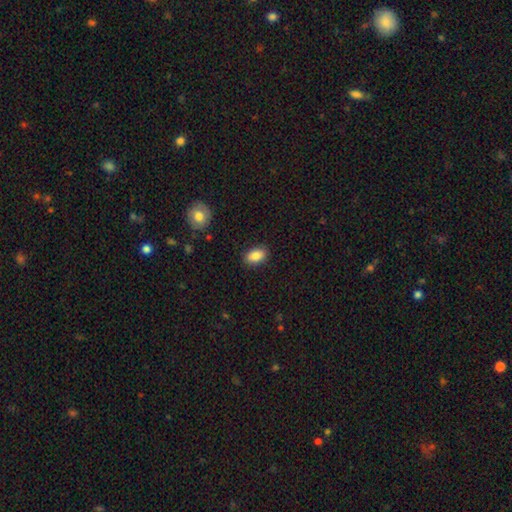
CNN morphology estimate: This appears to be a smooth galaxy with no disk features (87%) that is in between round and cigar-shaped (90%). Merging: none (87%).